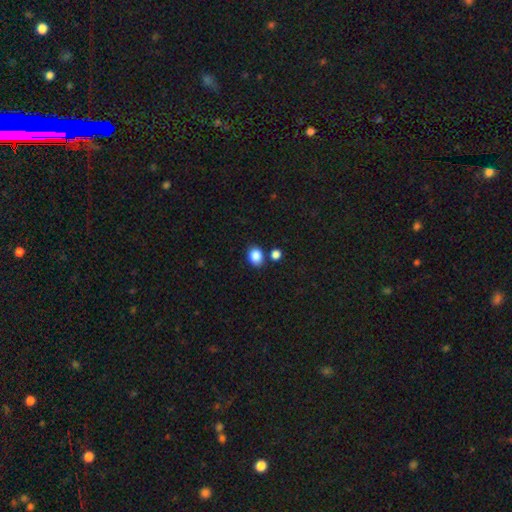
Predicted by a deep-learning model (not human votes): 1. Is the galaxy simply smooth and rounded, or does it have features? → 87% smooth, 9% star or artifact, 4% featured or disk.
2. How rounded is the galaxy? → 53% in between, 46% round, 1% cigar-shaped.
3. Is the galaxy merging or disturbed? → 74% none, 12% merger, 11% minor disturbance, 3% major disturbance.